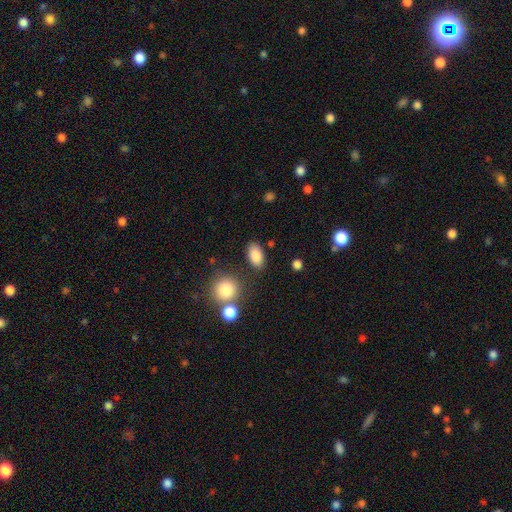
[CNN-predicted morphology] Smooth or featured? smooth (86%)
How rounded? in between (91%)
Merging? none (82%)